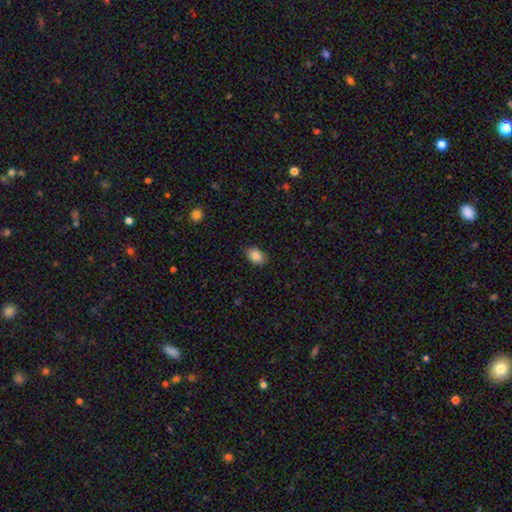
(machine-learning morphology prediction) Smooth or featured? smooth (86%)
How rounded? in between (81%)
Merging? none (87%)